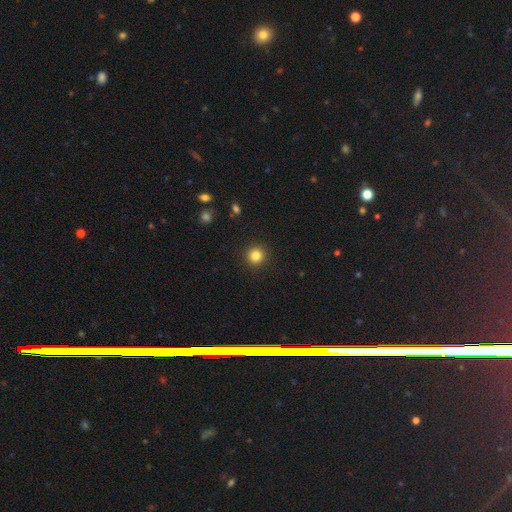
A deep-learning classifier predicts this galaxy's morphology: This appears to be a smooth galaxy with no disk features (84%) that is round (93%). Merging: none (92%).